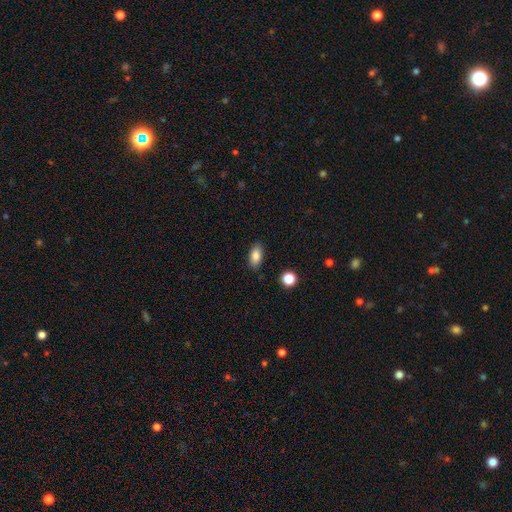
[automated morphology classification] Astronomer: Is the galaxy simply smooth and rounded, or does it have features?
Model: smooth — 85%.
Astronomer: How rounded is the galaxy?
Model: in between — 90%.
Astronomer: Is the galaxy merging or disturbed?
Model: none — 86%.